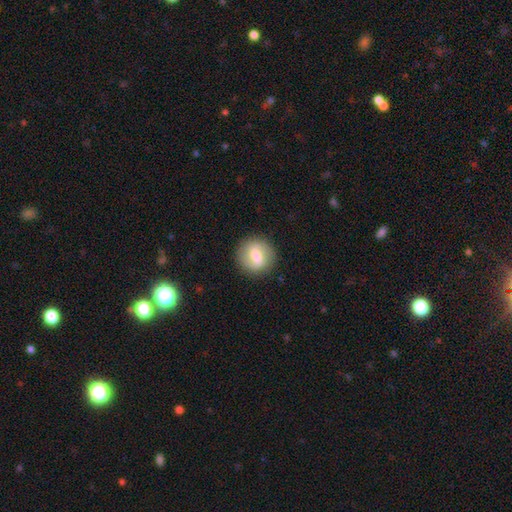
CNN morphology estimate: type=smooth (59%); roundness=round (90%); merging=none (88%).